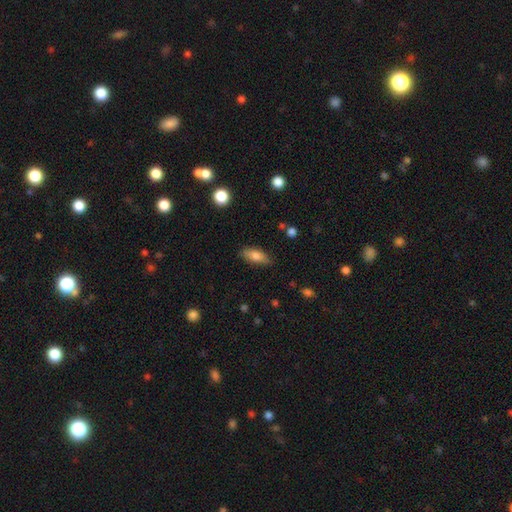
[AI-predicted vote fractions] smooth-or-featured: smooth: 74% | featured or disk: 19% | star or artifact: 7%
  how-rounded: in between: 75% | cigar-shaped: 22% | round: 3%
  merging: none: 83% | minor disturbance: 13% | major disturbance: 3% | merger: 2%